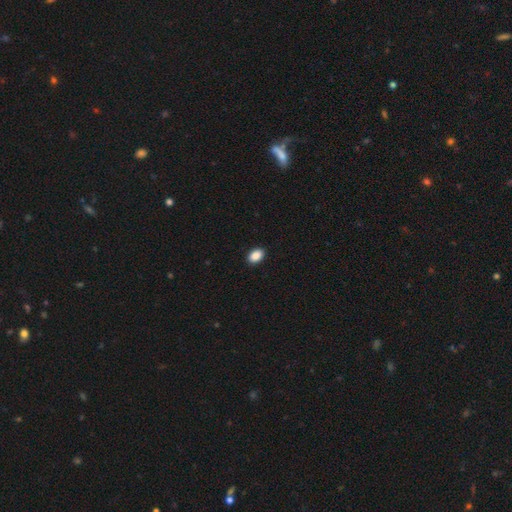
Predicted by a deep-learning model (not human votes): Overall: smooth (89%). How rounded: in between (84%). Merging: none (91%).